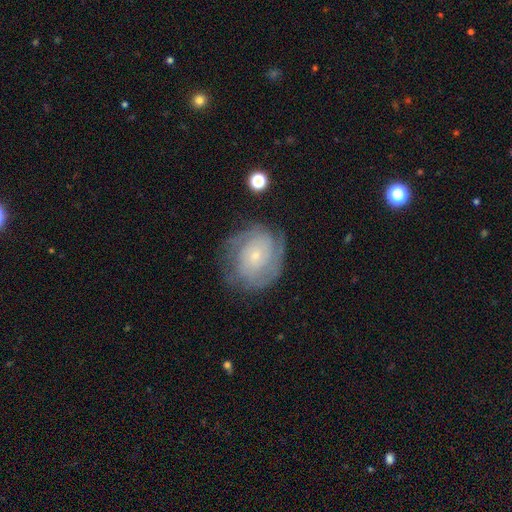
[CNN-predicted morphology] type=featured or disk (74%); edge-on=no (97%); bar=no (77%); spiral arms=yes (90%); winding=tight (67%); arm count=can't tell (39%); bulge=small (80%); merging=none (71%).